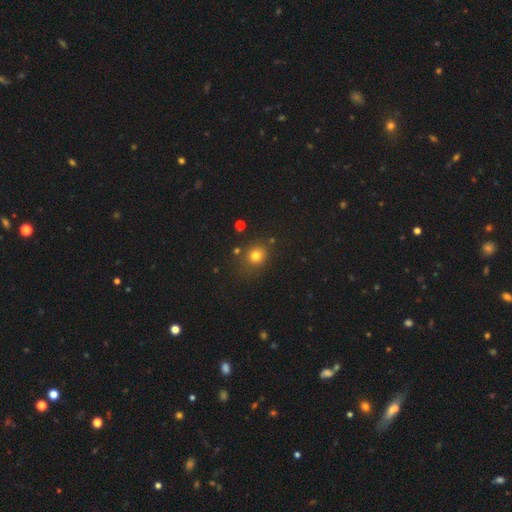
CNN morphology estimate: A smooth galaxy with no disk features (77%) that is round (81%).

Vote fractions:
- Smooth or featured? smooth: 77% / star or artifact: 16% / featured or disk: 7%
- How rounded? round: 81% / in between: 18% / cigar-shaped: 1%
- Merging? none: 77% / minor disturbance: 13% / merger: 5% / major disturbance: 5%